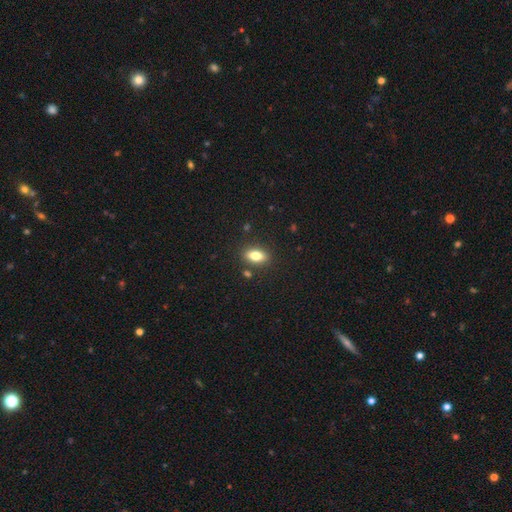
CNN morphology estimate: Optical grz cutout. It shows a smooth galaxy with no disk features (78%) that is in between round and cigar-shaped (86%). Merging: none (84%).